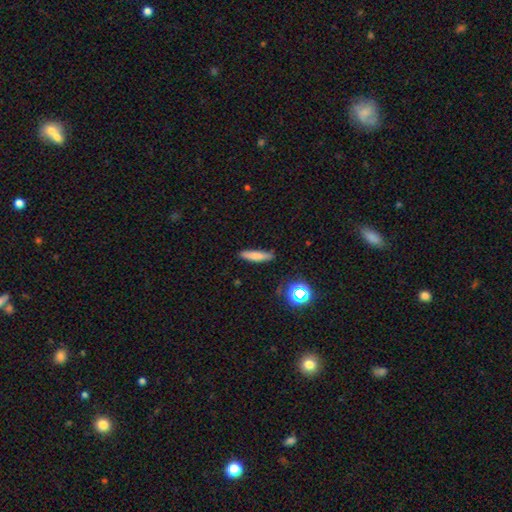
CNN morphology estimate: A smooth galaxy with no disk features (74%) that is cigar-shaped (78%). Merging: none (83%).